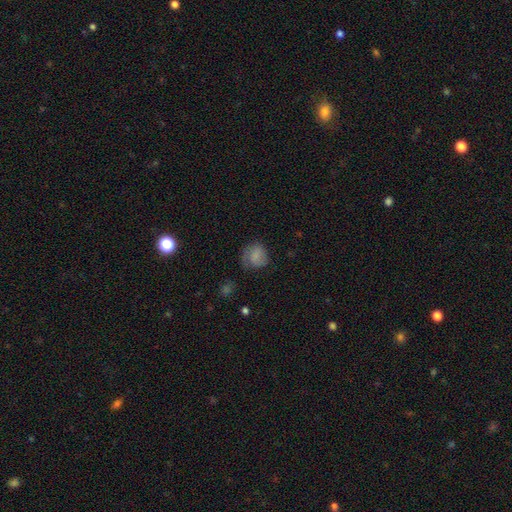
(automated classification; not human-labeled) Smooth or featured?
  - smooth: 67% *
  - featured or disk: 24%
  - star or artifact: 9%
How rounded?
  - round: 72% *
  - in between: 27%
  - cigar-shaped: 1%
Merging?
  - none: 51% *
  - minor disturbance: 28%
  - major disturbance: 18%
  - merger: 2%